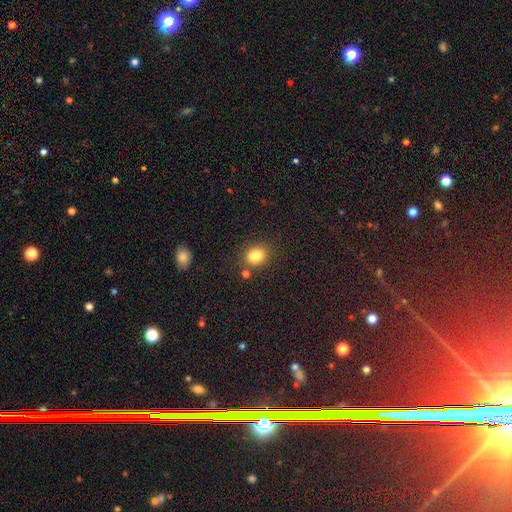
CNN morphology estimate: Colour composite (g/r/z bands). It shows a smooth galaxy with no disk features (83%) that is in between round and cigar-shaped (56%). Merging: none (76%).